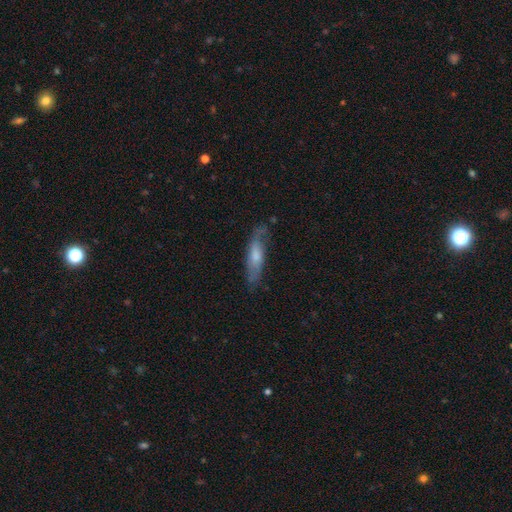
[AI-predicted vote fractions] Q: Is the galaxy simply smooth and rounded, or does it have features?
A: smooth — 50%.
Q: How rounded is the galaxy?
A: cigar-shaped — 66%.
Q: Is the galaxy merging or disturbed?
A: none — 68%.